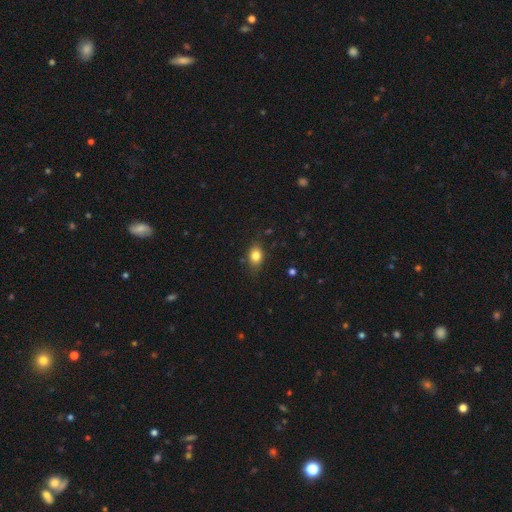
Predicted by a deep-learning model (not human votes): Smooth or featured?
  - smooth: 82% *
  - star or artifact: 10%
  - featured or disk: 8%
How rounded?
  - in between: 66% *
  - round: 32%
  - cigar-shaped: 2%
Merging?
  - none: 79% *
  - minor disturbance: 16%
  - major disturbance: 3%
  - merger: 2%